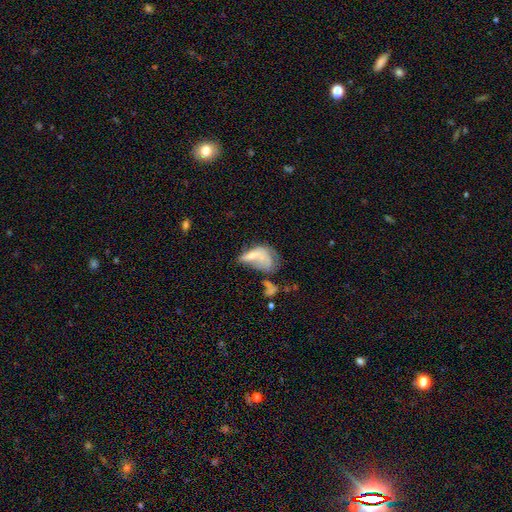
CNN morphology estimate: Overall: smooth (52%; featured or disk 38%). How rounded: in between (84%). Merging: major disturbance (39%; merger 32%).